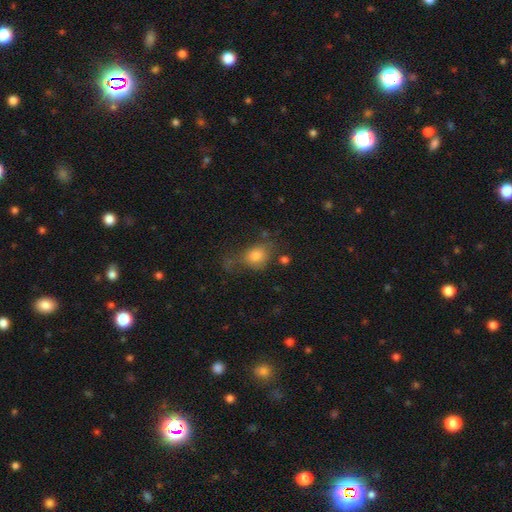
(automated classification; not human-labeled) Smooth or featured? smooth (76%)
How rounded? in between (54%)
Merging? none (43%)